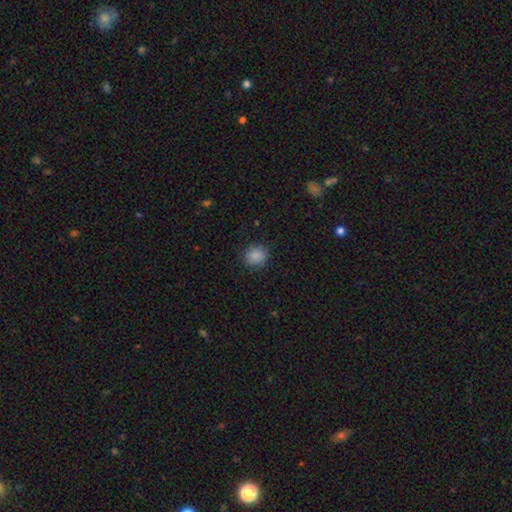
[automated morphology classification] type=smooth (87%); roundness=round (79%); merging=none (87%).